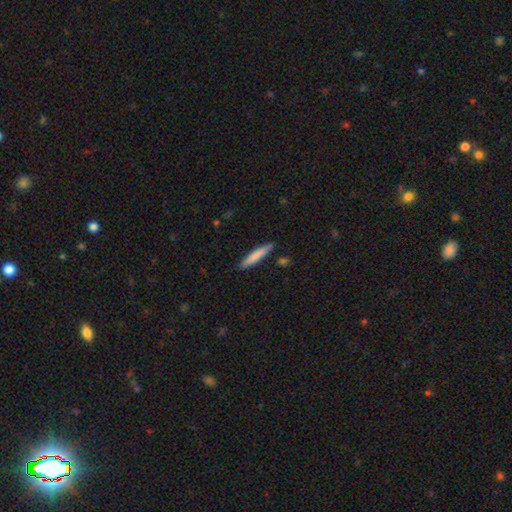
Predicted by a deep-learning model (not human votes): smooth 76%, featured or disk 18%, star or artifact 5%. Down the decision tree: how rounded — cigar-shaped (93%); merging — none (87%).